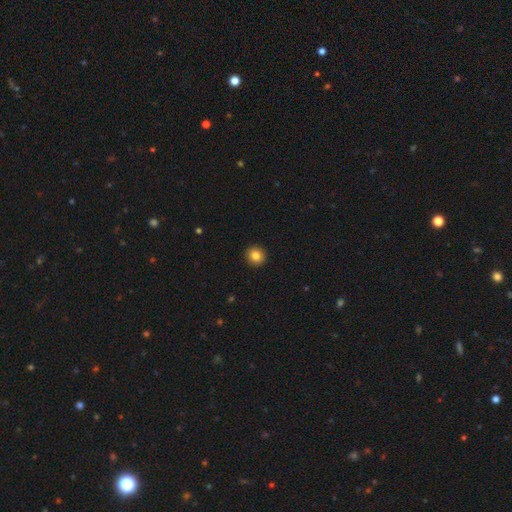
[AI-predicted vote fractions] This is clearly a smooth galaxy (84%). How rounded: clearly round (92%). Merging: clearly none (93%).